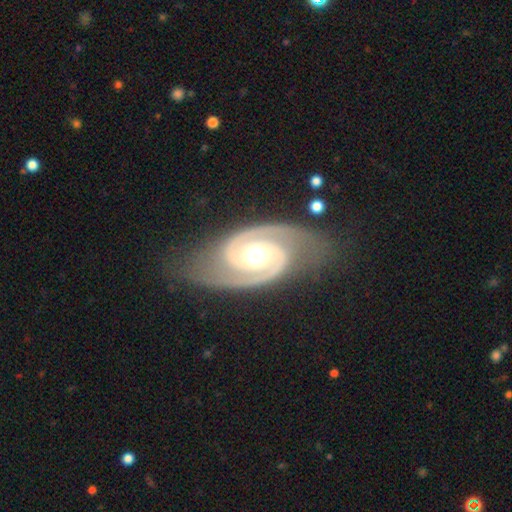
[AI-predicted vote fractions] Q: Smooth or featured?
A: featured or disk (94%); runner-up: star or artifact (3%)
Q: Edge-on disk?
A: no (98%); runner-up: yes (2%)
Q: Bar?
A: no (55%); runner-up: weak (28%)
Q: Spiral arms?
A: yes (99%); runner-up: no (1%)
Q: Spiral winding?
A: tight (50%); runner-up: medium (44%)
Q: Spiral arm count?
A: 2 (95%); runner-up: can't tell (1%)
Q: Bulge size?
A: moderate (74%); runner-up: small (12%)
Q: Merging?
A: none (77%); runner-up: minor disturbance (17%)